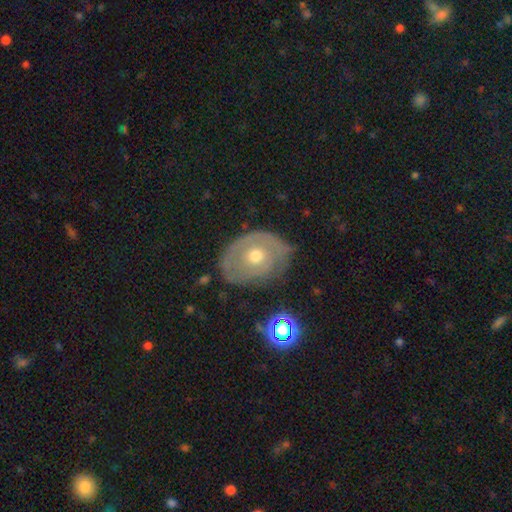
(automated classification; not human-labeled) featured or disk 62%, smooth 31%, star or artifact 8%. Down the decision tree: edge-on disk — no (94%); bar — no (88%); spiral arms — yes (51%); bulge size — moderate (67%); merging — none (61%).